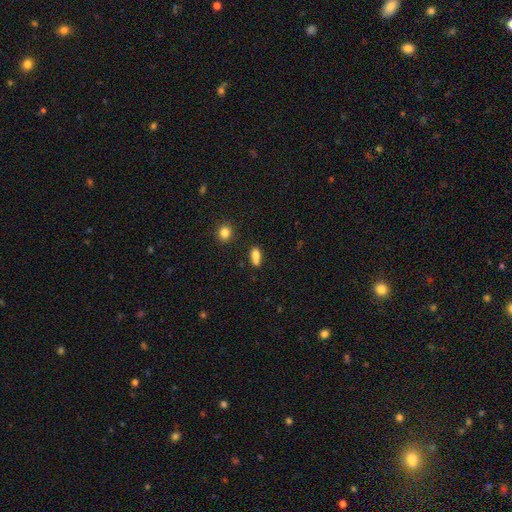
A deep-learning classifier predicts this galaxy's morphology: The model was most divided on "merging": none: 52%, merger: 22%, minor disturbance: 19%, major disturbance: 7%. More confident: smooth or featured — smooth (78%); how rounded — in between (74%).